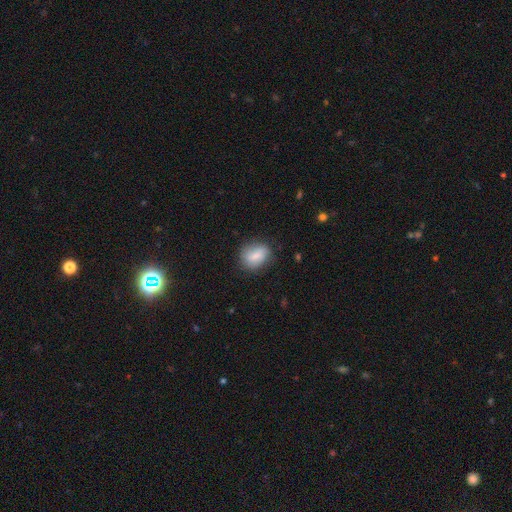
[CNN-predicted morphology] smooth-or-featured: smooth: 78% | featured or disk: 14% | star or artifact: 7%
  how-rounded: in between: 68% | round: 29% | cigar-shaped: 2%
  merging: none: 74% | minor disturbance: 19% | major disturbance: 5% | merger: 2%